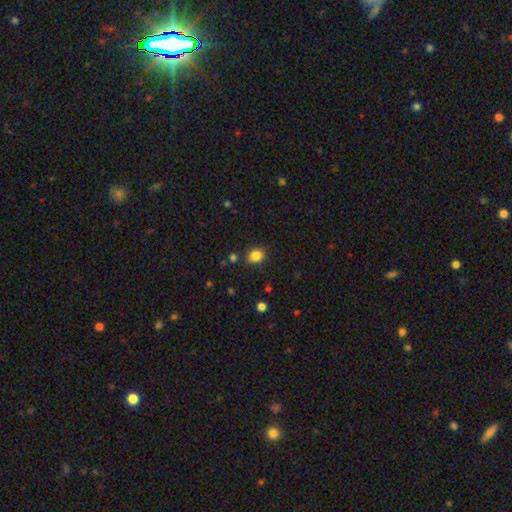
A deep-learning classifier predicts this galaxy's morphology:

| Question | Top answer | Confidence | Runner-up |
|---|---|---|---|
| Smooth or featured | smooth | 85% | star or artifact (11%) |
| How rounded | round | 53% | in between (46%) |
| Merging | none | 86% | minor disturbance (9%) |